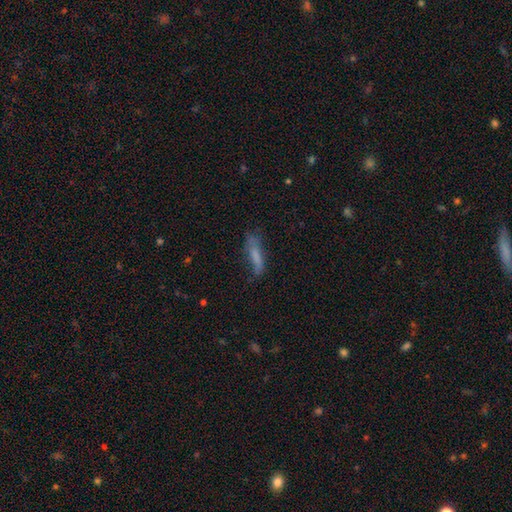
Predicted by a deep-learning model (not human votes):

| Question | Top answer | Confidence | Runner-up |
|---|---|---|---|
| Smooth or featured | smooth | 68% | featured or disk (23%) |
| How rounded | cigar-shaped | 74% | in between (24%) |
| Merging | none | 55% | minor disturbance (29%) |